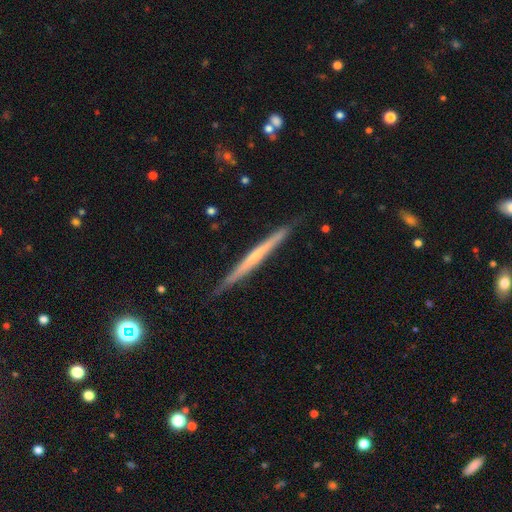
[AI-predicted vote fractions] This is likely a featured or disk galaxy (63%). It is clearly viewed edge-on (98%). Edge-on bulge: likely none (73%). Merging: clearly none (88%).